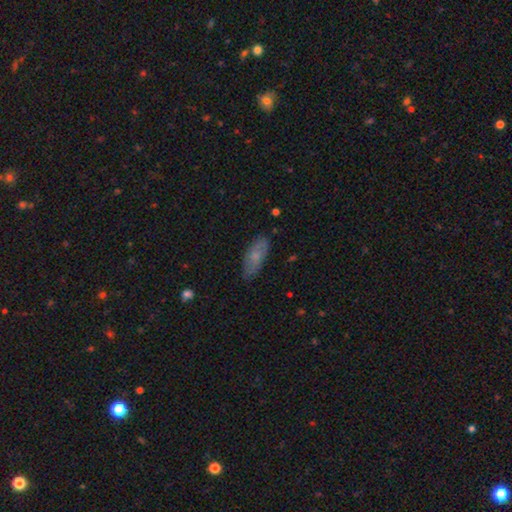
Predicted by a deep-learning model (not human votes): smooth_or_featured: smooth (p=0.68) [alt: featured or disk p=0.25]
how_rounded: in between (p=0.71) [alt: cigar-shaped p=0.27]
merging: none (p=0.80) [alt: minor disturbance p=0.16]